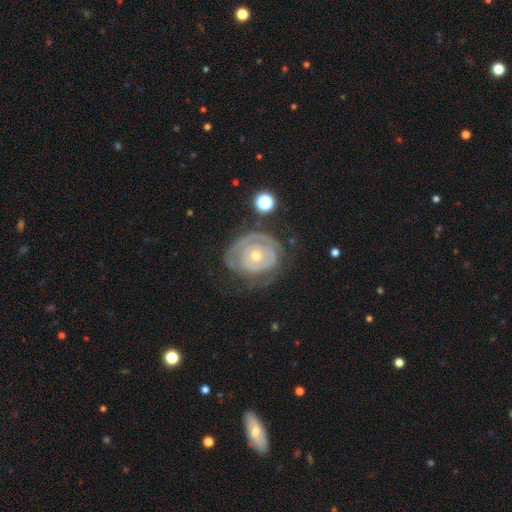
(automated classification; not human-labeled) Smooth or featured? Predicted: featured or disk (p=0.75). Edge-on disk? Predicted: no (p=0.96). Bar? Predicted: no (p=0.83). Spiral arms? Predicted: yes (p=0.64). Bulge size? Predicted: small (p=0.53). Merging? Predicted: none (p=0.56).